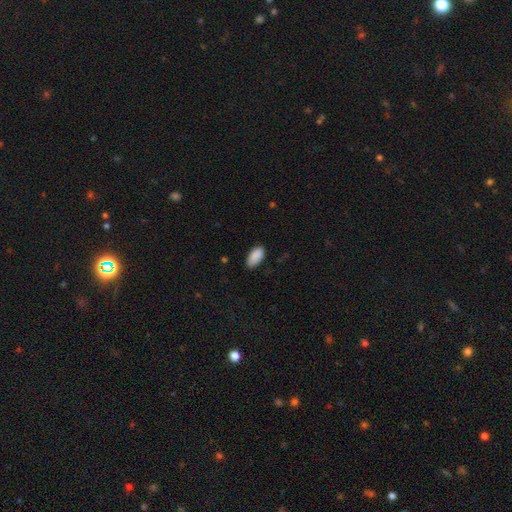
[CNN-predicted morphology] The model was most divided on "merging": none: 81%, minor disturbance: 16%, major disturbance: 3%, merger: 1%. More confident: how rounded — in between (94%); smooth or featured — smooth (90%).